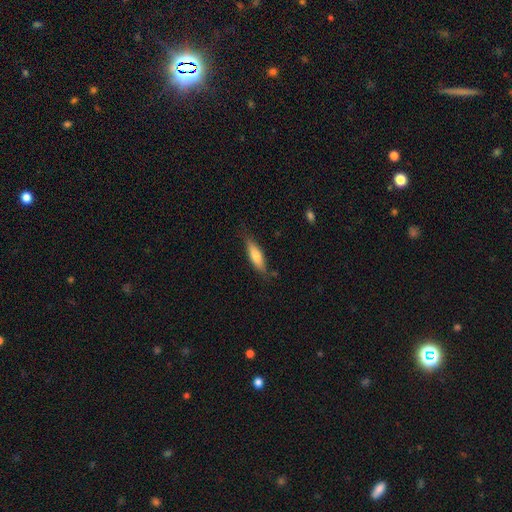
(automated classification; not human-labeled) The model was most divided on "how rounded": cigar-shaped: 58%, in between: 40%, round: 2%. More confident: merging — none (76%); smooth or featured — smooth (69%).